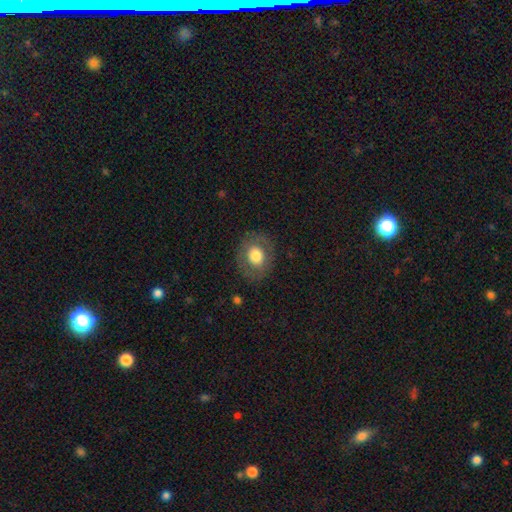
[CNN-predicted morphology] smooth-or-featured: smooth: 70% | featured or disk: 22% | star or artifact: 8%
  how-rounded: round: 59% | in between: 40% | cigar-shaped: 1%
  merging: none: 82% | minor disturbance: 11% | major disturbance: 5% | merger: 1%